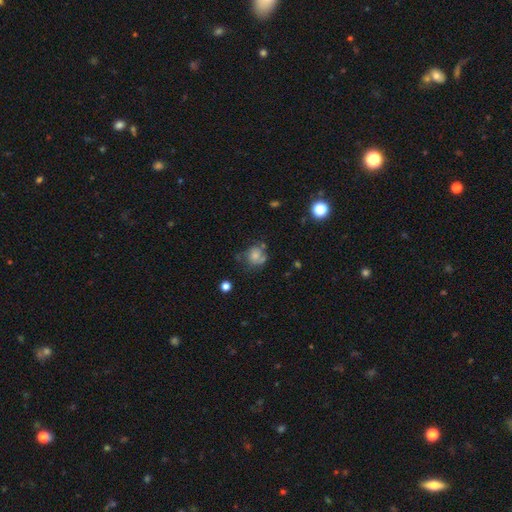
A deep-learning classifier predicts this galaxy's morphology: A smooth galaxy with no disk features (57%) that is round (75%).

Vote fractions:
- Smooth or featured? smooth: 57% / featured or disk: 31% / star or artifact: 12%
- How rounded? round: 75% / in between: 24% / cigar-shaped: 1%
- Merging? none: 50% / minor disturbance: 26% / major disturbance: 15% / merger: 9%